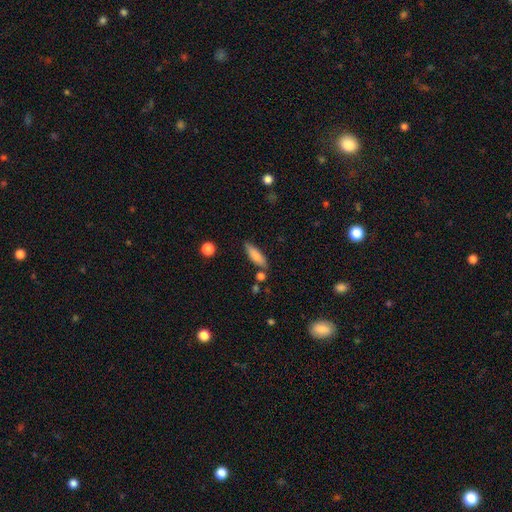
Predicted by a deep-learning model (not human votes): Q: Smooth or featured?
A: smooth (79%); runner-up: featured or disk (14%)
Q: How rounded?
A: cigar-shaped (54%); runner-up: in between (44%)
Q: Merging?
A: none (76%); runner-up: minor disturbance (14%)